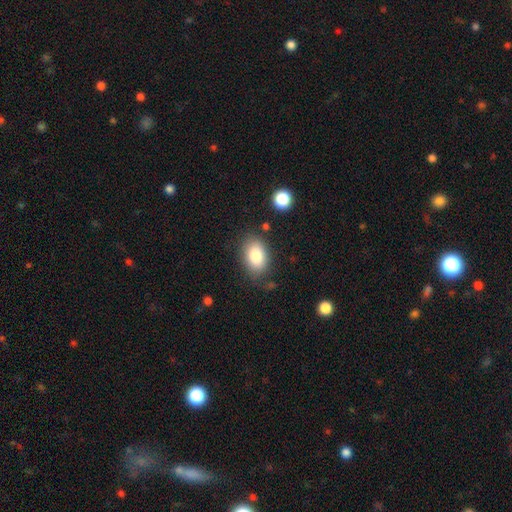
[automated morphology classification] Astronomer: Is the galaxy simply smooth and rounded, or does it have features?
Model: smooth — 84%.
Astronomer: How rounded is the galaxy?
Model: in between — 87%.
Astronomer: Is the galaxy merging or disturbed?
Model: none — 78%.